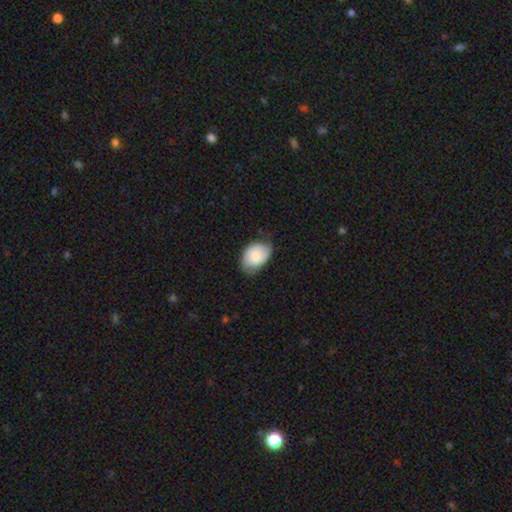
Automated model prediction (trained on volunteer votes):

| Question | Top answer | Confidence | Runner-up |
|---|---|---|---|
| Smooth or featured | smooth | 67% | featured or disk (26%) |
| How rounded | in between | 82% | round (17%) |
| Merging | none | 63% | minor disturbance (29%) |